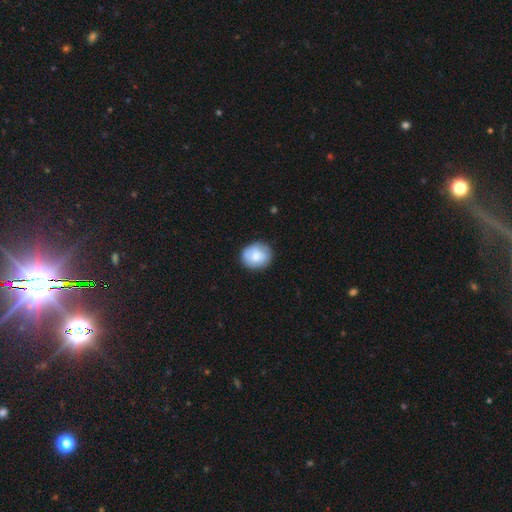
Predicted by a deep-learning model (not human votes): smooth_or_featured: smooth (p=0.76) [alt: featured or disk p=0.17]
how_rounded: round (p=0.72) [alt: in between p=0.27]
merging: none (p=0.79) [alt: minor disturbance p=0.16]